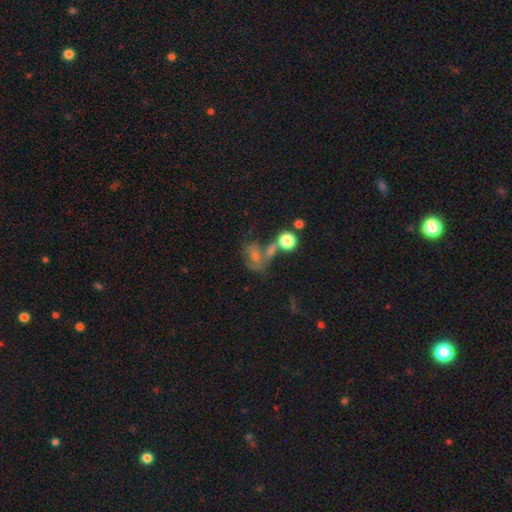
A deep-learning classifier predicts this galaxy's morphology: featured or disk 40%, smooth 33%, star or artifact 27%. Down the decision tree: merging — none (38%).